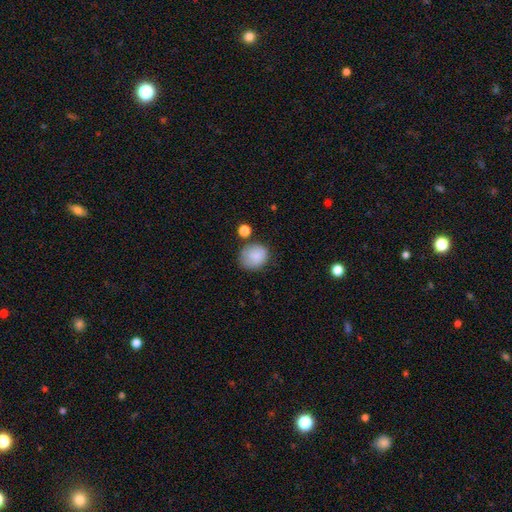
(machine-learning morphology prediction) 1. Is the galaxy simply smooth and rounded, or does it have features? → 84% smooth, 8% star or artifact, 8% featured or disk.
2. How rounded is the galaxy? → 67% round, 33% in between, 1% cigar-shaped.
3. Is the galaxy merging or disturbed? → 67% none, 21% minor disturbance, 7% merger, 5% major disturbance.